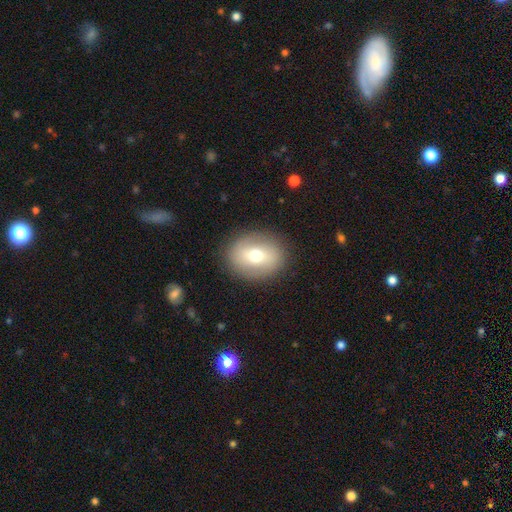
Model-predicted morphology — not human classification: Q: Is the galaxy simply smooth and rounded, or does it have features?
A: smooth — 57%.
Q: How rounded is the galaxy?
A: round — 53%.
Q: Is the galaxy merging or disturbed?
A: none — 87%.